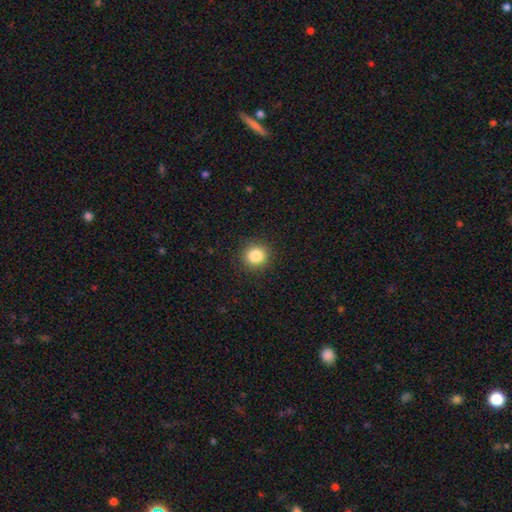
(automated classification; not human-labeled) Smooth or featured? Predicted: smooth (p=0.85). How rounded? Predicted: round (p=0.89). Merging? Predicted: none (p=0.90).